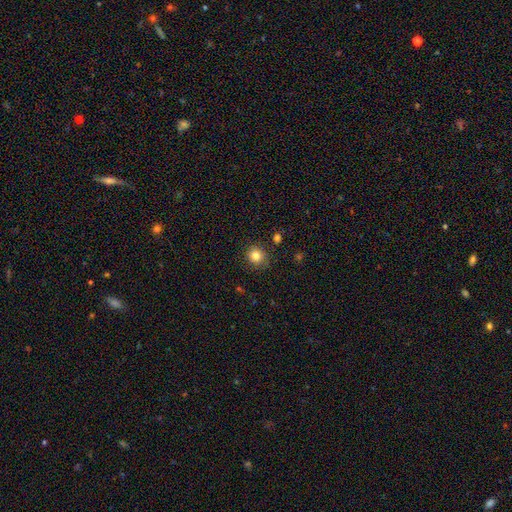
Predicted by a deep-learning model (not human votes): Smooth or featured: smooth — 83% (star or artifact — 11%)
How rounded: round — 85% (in between — 14%)
Merging: none — 87% (minor disturbance — 9%)